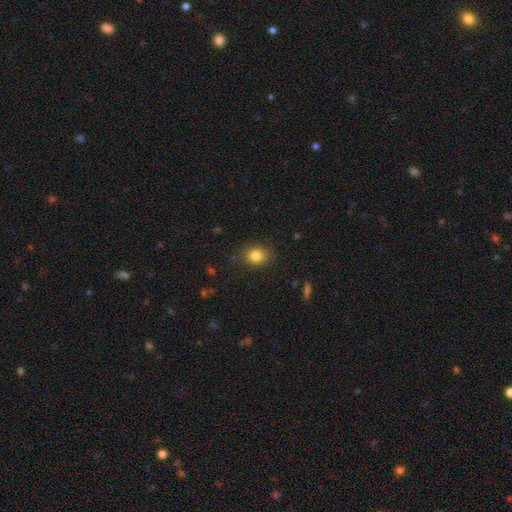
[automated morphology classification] Smooth or featured? Predicted: smooth (p=0.83). How rounded? Predicted: round (p=0.60). Merging? Predicted: none (p=0.85).